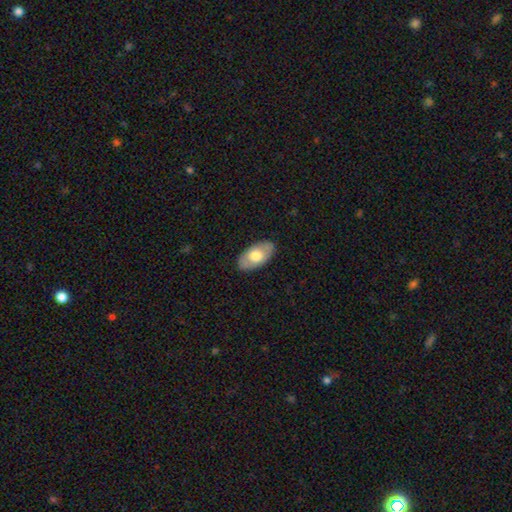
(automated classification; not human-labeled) smooth_or_featured: smooth (p=0.66) [alt: featured or disk p=0.28]
how_rounded: in between (p=0.94) [alt: round p=0.04]
merging: none (p=0.87) [alt: minor disturbance p=0.10]